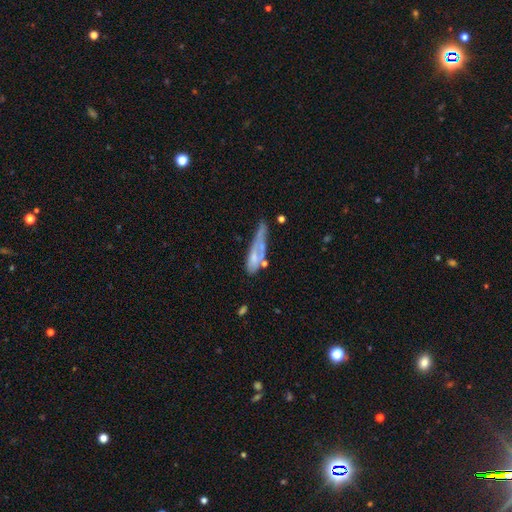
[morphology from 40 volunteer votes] A featured or disk galaxy (62%) with no bar (91%), no spiral arms (86%) and no central bulge (55%). Merging: major disturbance (49%).